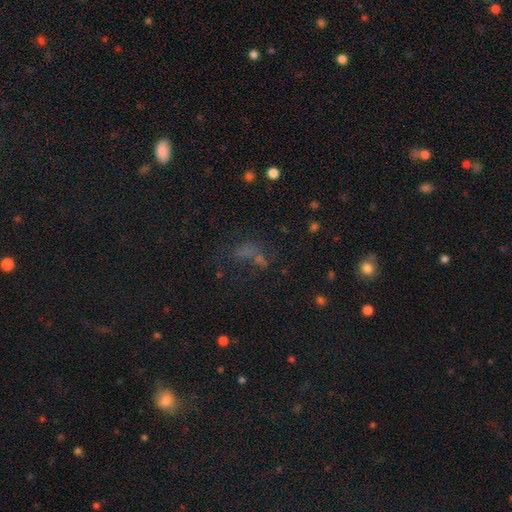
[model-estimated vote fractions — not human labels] smooth_or_featured: smooth (p=0.46) [alt: star or artifact p=0.38]
merging: none (p=0.43) [alt: major disturbance p=0.23]